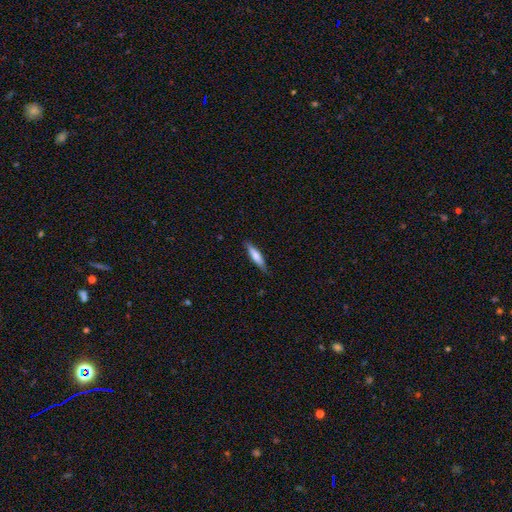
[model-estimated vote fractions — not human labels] smooth 70%, featured or disk 24%, star or artifact 6%. Down the decision tree: how rounded — cigar-shaped (81%); merging — none (83%).